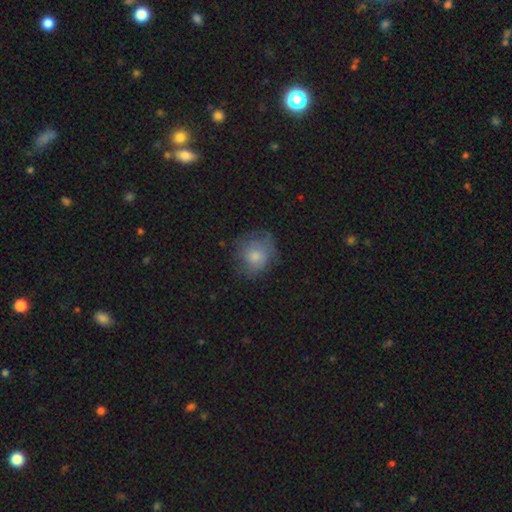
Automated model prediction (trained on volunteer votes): Q: Smooth or featured?
A: smooth (71%); runner-up: featured or disk (20%)
Q: How rounded?
A: round (78%); runner-up: in between (21%)
Q: Merging?
A: none (59%); runner-up: minor disturbance (25%)